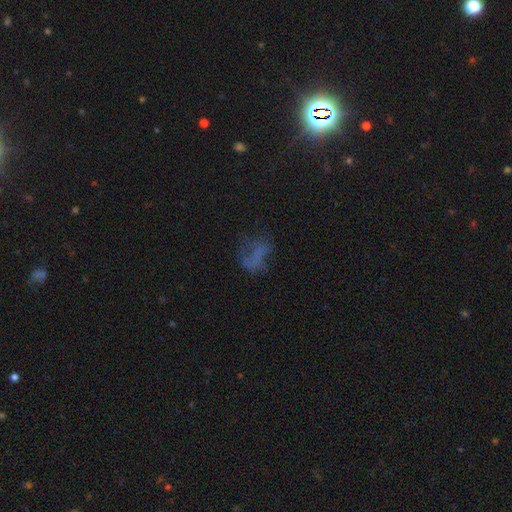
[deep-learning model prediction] This is marginally a smooth galaxy (40%). Merging: marginally none (44%).